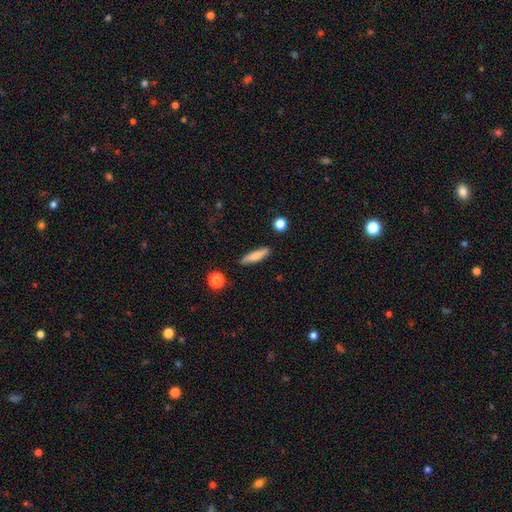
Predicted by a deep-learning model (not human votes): smooth 73%, featured or disk 20%, star or artifact 7%. Down the decision tree: how rounded — cigar-shaped (77%); merging — none (87%).